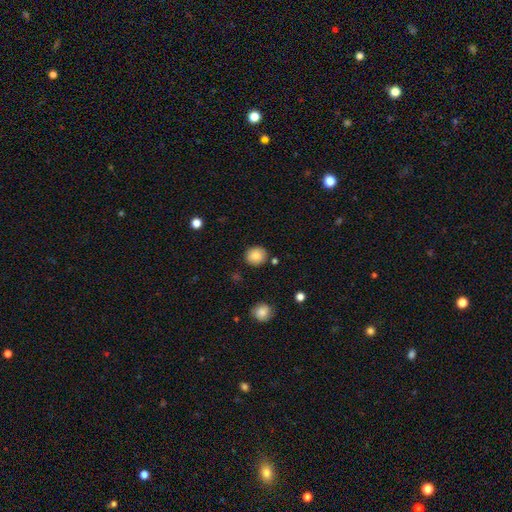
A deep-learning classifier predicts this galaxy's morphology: type=smooth (87%); roundness=round (83%); merging=none (86%).